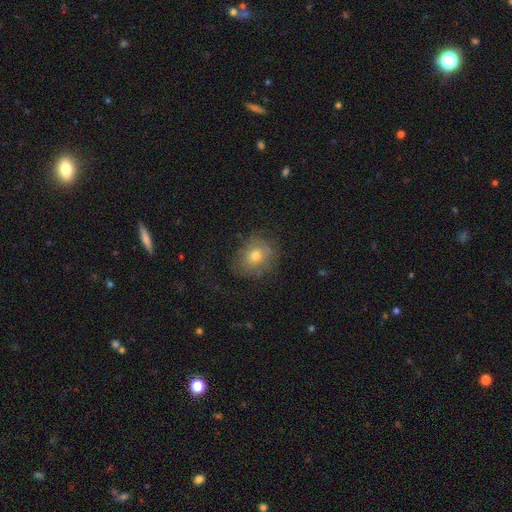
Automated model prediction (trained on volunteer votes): Smooth or featured: smooth — 65% (featured or disk — 24%)
How rounded: round — 68% (in between — 31%)
Merging: none — 64% (minor disturbance — 22%)